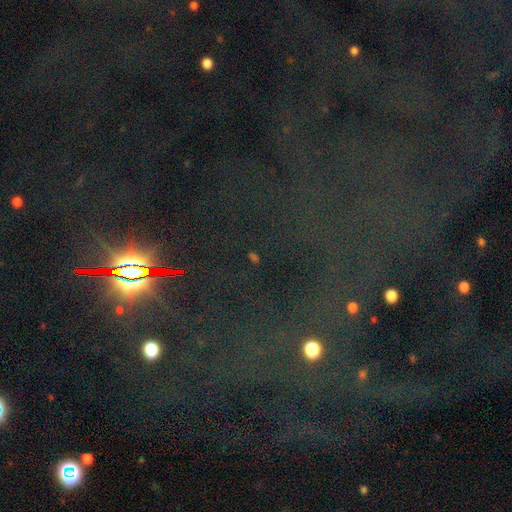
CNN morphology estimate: Smooth or featured? star or artifact (85%)